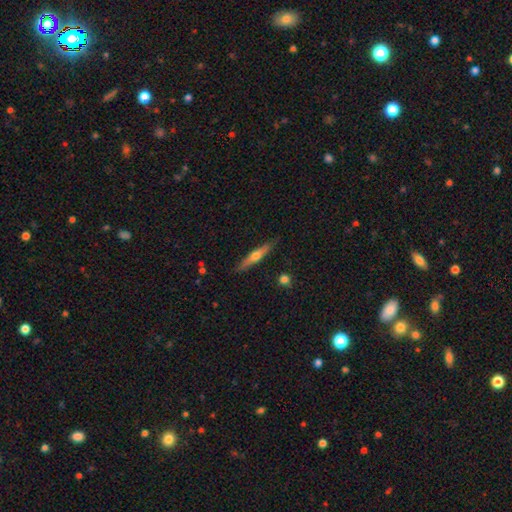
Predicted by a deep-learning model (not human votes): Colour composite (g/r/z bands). It shows a featured or disk galaxy (56%) viewed edge-on (95%) with a rounded central bulge (88%). Merging: none (86%).